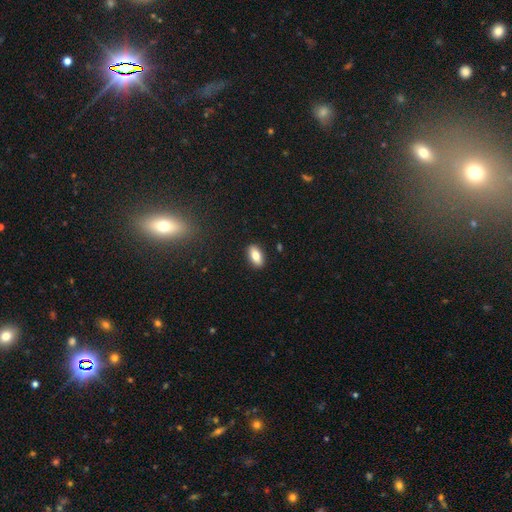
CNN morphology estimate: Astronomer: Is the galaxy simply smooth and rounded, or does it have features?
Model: smooth — 80%.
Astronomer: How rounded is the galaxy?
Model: in between — 89%.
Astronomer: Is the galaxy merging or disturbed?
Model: none — 90%.